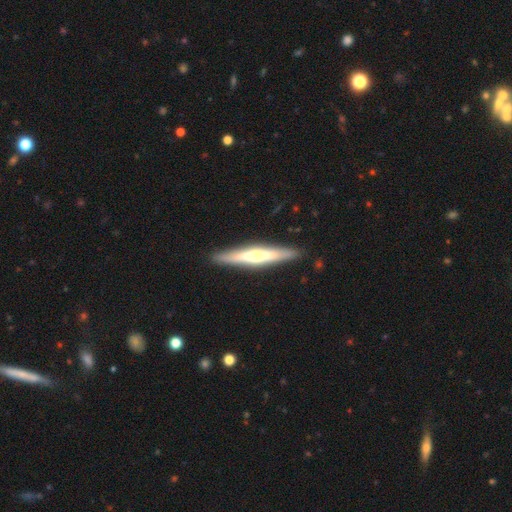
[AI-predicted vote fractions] This is likely a featured or disk galaxy (60%). It is clearly viewed edge-on (96%). Edge-on bulge: likely rounded (70%). Merging: clearly none (90%).